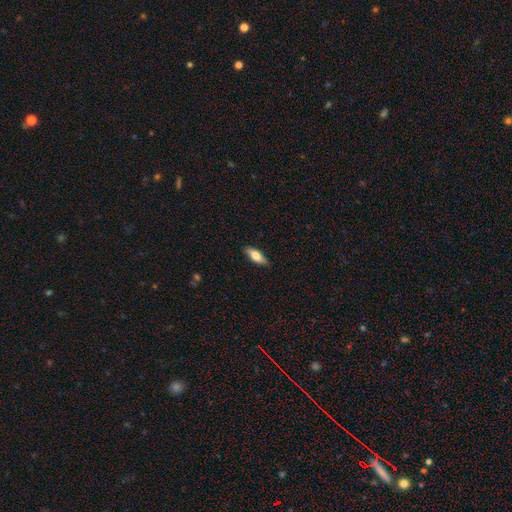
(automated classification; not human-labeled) A smooth galaxy with no disk features (73%) that is in between round and cigar-shaped (65%).

Vote fractions:
- Smooth or featured? smooth: 73% / featured or disk: 21% / star or artifact: 6%
- How rounded? in between: 65% / cigar-shaped: 32% / round: 2%
- Merging? none: 85% / minor disturbance: 12% / major disturbance: 2% / merger: 1%